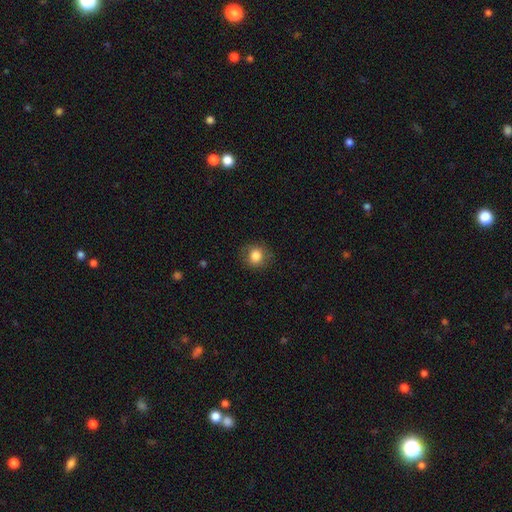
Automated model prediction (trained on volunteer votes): This appears to be a smooth galaxy with no disk features (83%) that is round (83%). Merging: none (84%).